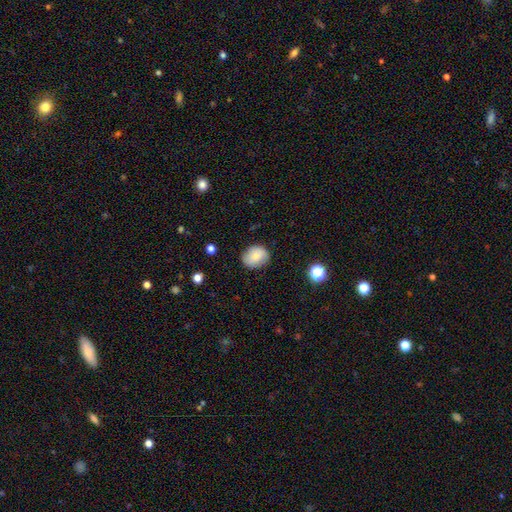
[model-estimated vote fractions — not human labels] Overall: smooth (77%). How rounded: round (56%; in between 43%). Merging: none (80%).